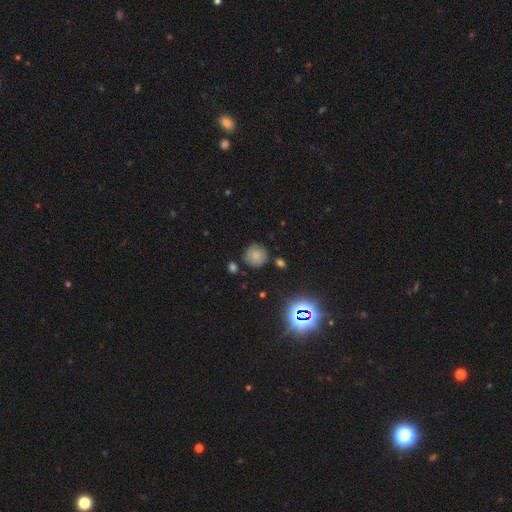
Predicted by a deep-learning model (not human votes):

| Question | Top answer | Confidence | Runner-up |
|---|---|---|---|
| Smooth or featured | smooth | 75% | star or artifact (16%) |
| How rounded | round | 93% | in between (6%) |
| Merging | none | 81% | minor disturbance (11%) |